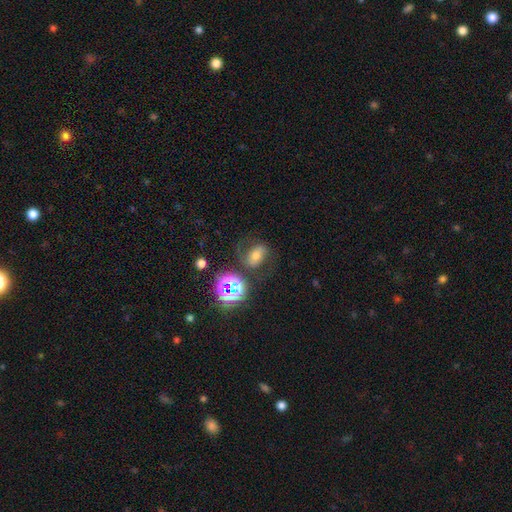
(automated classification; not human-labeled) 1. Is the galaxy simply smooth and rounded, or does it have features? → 39% featured or disk, 35% smooth, 26% star or artifact.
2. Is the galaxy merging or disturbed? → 61% none, 19% minor disturbance, 15% major disturbance, 5% merger.